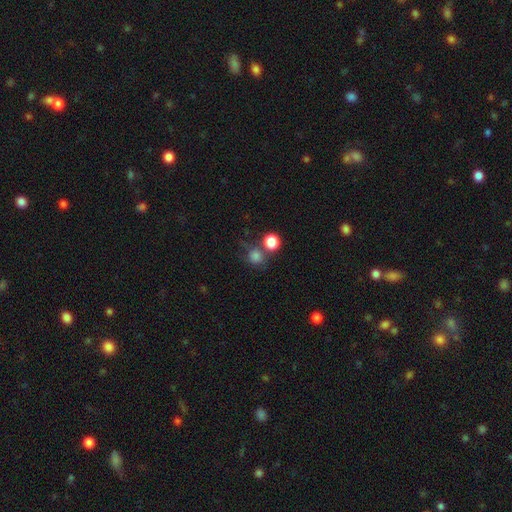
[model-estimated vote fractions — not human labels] smooth-or-featured: smooth: 80% | star or artifact: 14% | featured or disk: 7%
  how-rounded: round: 89% | in between: 10% | cigar-shaped: 1%
  merging: none: 59% | merger: 23% | minor disturbance: 11% | major disturbance: 6%